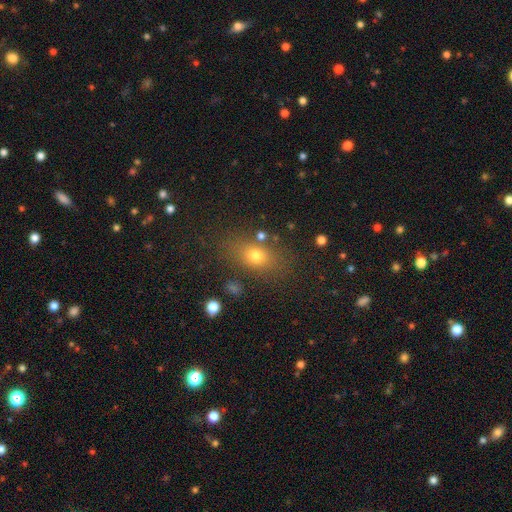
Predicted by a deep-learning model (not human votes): Morphology: type=smooth (72%); roundness=in between (69%); merging=none (77%).